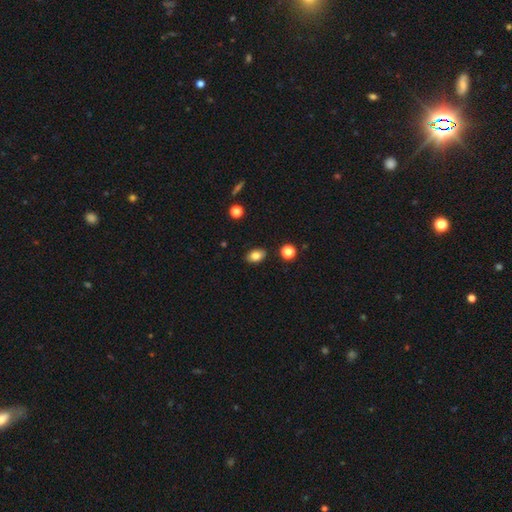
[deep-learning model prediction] Smooth or featured? Predicted: smooth (p=0.81). How rounded? Predicted: in between (p=0.85). Merging? Predicted: none (p=0.87).